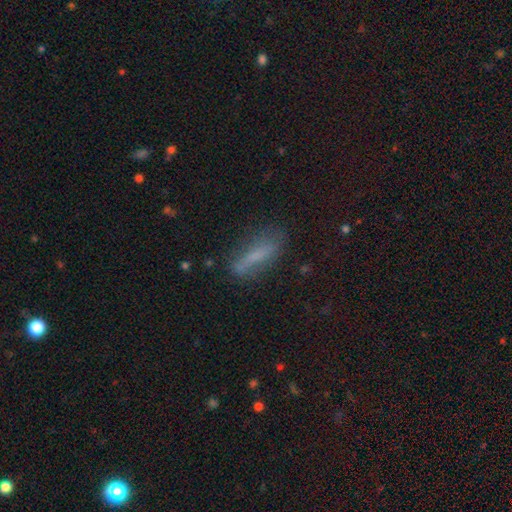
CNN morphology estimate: Overall: smooth (60%; featured or disk 28%). How rounded: cigar-shaped (68%; in between 29%). Merging: none (68%).